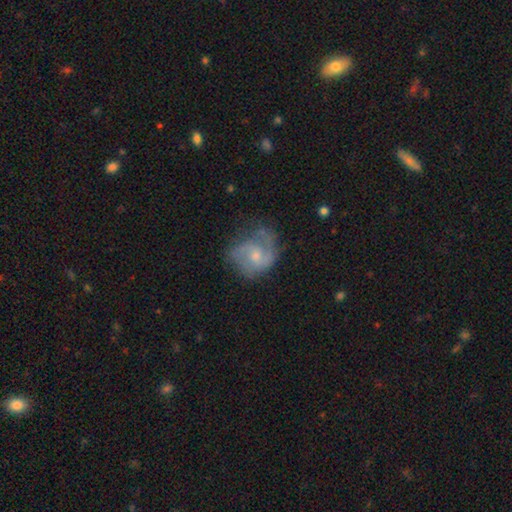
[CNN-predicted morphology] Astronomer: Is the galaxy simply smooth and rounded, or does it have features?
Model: featured or disk — 73%.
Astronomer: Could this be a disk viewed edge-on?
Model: no — 98%.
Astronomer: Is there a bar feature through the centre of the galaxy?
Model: no — 62%.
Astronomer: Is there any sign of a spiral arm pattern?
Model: yes — 91%.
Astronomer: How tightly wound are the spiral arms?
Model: medium — 50% (runner-up: tight, 26%).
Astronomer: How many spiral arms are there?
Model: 2 — 68%.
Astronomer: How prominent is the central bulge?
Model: small — 50% (runner-up: moderate, 41%).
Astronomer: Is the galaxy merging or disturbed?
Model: none — 56%.